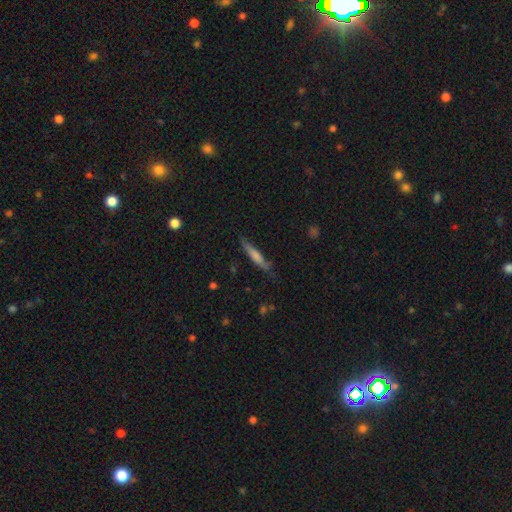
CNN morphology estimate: Q: Smooth or featured?
A: smooth (56%); runner-up: featured or disk (36%)
Q: How rounded?
A: cigar-shaped (91%); runner-up: in between (7%)
Q: Merging?
A: none (75%); runner-up: minor disturbance (19%)